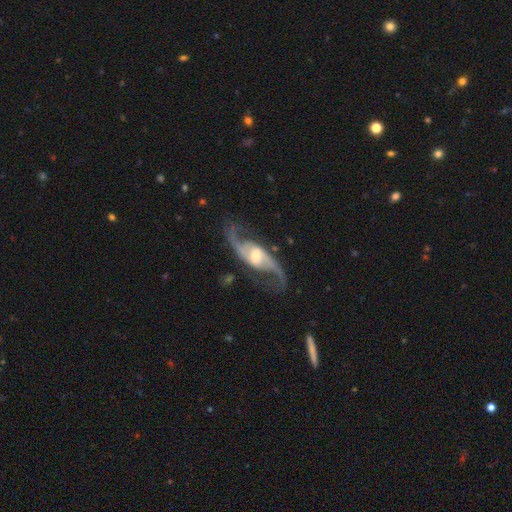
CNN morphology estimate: Smooth or featured: featured or disk — 92% (star or artifact — 4%)
Edge-on disk: no — 95% (yes — 5%)
Bar: weak — 42% (no — 37%)
Spiral arms: yes — 98% (no — 2%)
Spiral winding: loose — 62% (medium — 32%)
Spiral arm count: 2 — 94% (can't tell — 2%)
Bulge size: moderate — 55% (small — 32%)
Merging: none — 79% (minor disturbance — 12%)